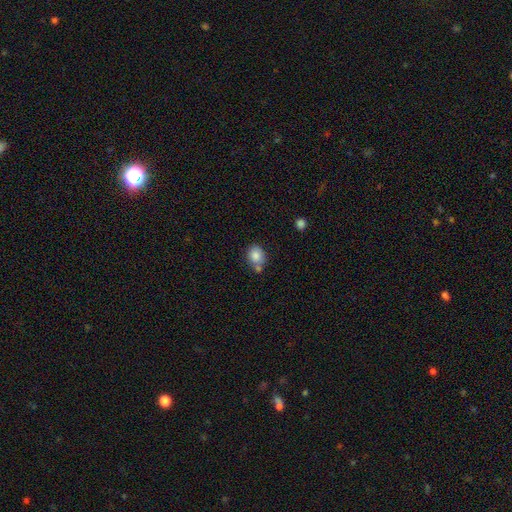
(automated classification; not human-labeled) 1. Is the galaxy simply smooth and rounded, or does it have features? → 84% smooth, 9% star or artifact, 7% featured or disk.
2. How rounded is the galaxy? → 56% round, 43% in between, 1% cigar-shaped.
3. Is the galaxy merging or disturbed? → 56% none, 23% merger, 16% minor disturbance, 5% major disturbance.